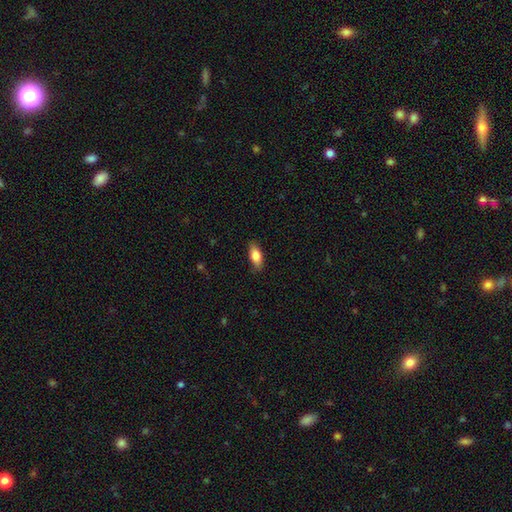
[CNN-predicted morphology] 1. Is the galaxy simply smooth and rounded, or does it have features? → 79% smooth, 14% featured or disk, 6% star or artifact.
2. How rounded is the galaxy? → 80% in between, 17% cigar-shaped, 3% round.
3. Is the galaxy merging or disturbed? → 84% none, 13% minor disturbance, 3% major disturbance, 1% merger.